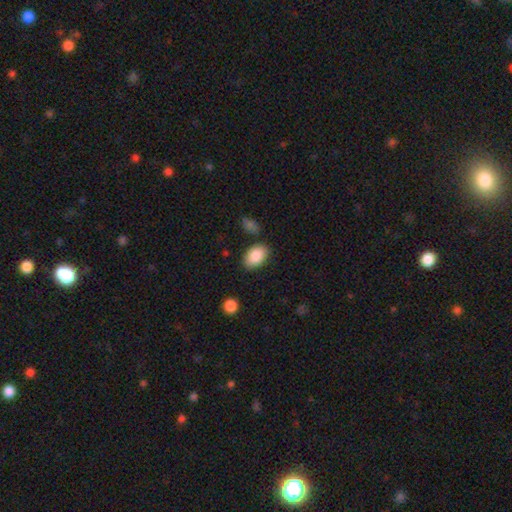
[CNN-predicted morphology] Smooth or featured?
  - smooth: 87% *
  - star or artifact: 7%
  - featured or disk: 6%
How rounded?
  - in between: 89% *
  - round: 10%
  - cigar-shaped: 1%
Merging?
  - none: 81% *
  - minor disturbance: 12%
  - merger: 4%
  - major disturbance: 3%